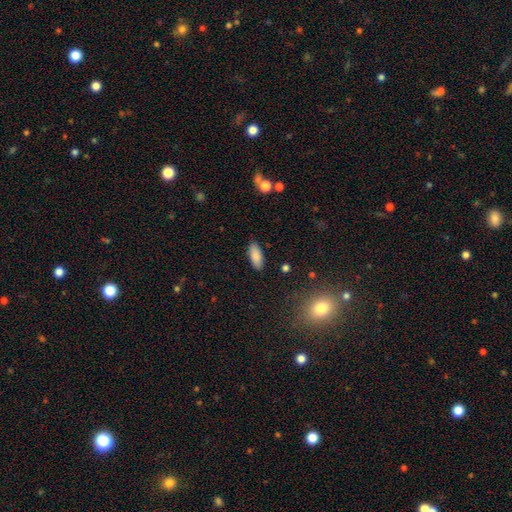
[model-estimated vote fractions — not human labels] Overall: smooth (87%). How rounded: in between (82%). Merging: none (87%).